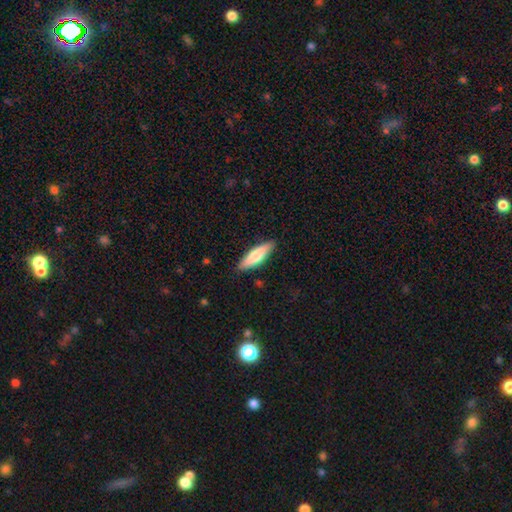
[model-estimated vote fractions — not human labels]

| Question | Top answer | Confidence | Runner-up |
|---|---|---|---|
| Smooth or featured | smooth | 72% | featured or disk (22%) |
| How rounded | cigar-shaped | 57% | in between (42%) |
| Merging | none | 87% | minor disturbance (10%) |